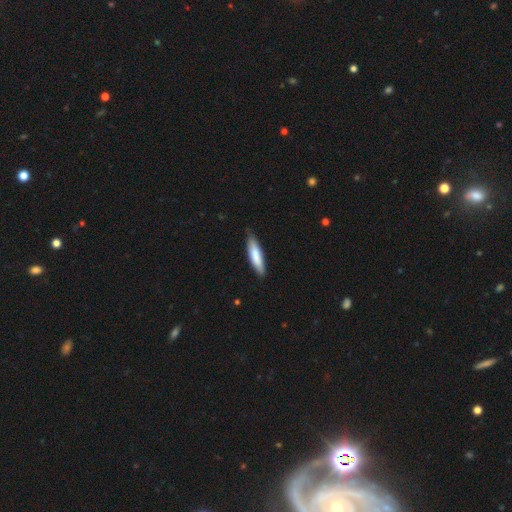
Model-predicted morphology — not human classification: smooth 80%, featured or disk 15%, star or artifact 5%. Down the decision tree: how rounded — cigar-shaped (71%); merging — none (81%).